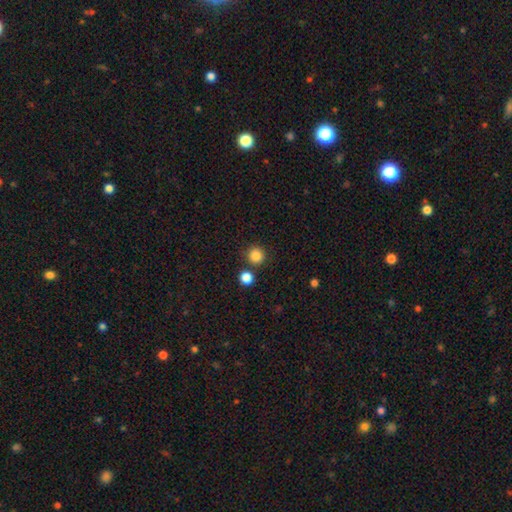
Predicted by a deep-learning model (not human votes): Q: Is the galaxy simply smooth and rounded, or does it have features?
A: smooth — 85%.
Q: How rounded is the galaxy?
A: round — 93%.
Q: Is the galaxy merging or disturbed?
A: none — 81%.